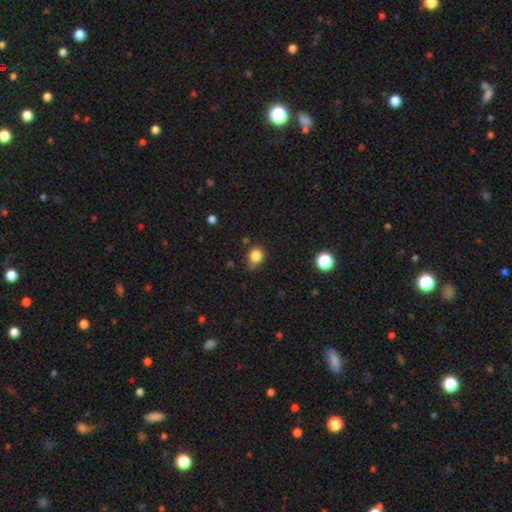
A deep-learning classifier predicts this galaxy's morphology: A smooth galaxy with no disk features (83%) that is round (74%). Merging: none (62%).